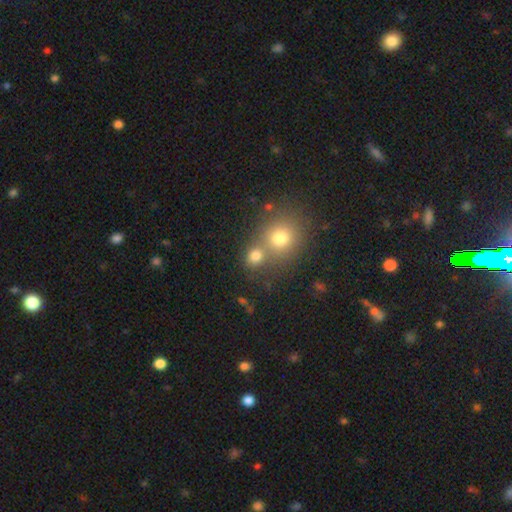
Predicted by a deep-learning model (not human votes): Smooth or featured? smooth (77%)
How rounded? round (79%)
Merging? none (51%)